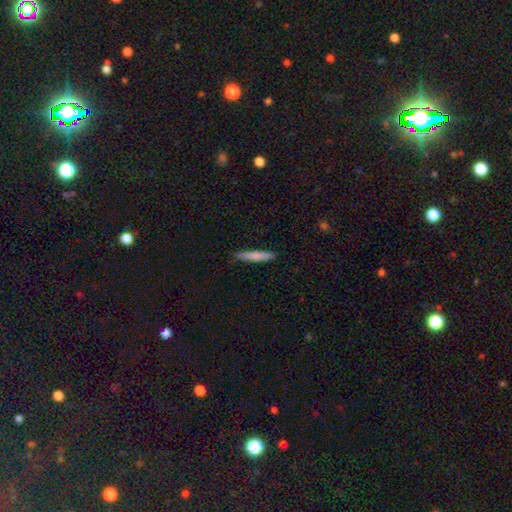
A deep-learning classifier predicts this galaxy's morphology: Smooth or featured? smooth (76%)
How rounded? cigar-shaped (90%)
Merging? none (86%)